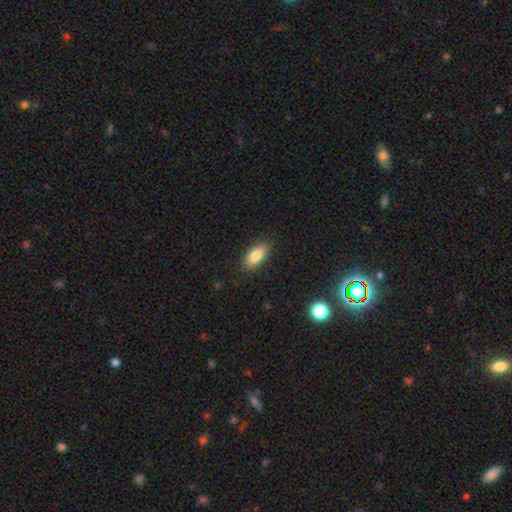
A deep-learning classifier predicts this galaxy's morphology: type=smooth (83%); roundness=in between (84%); merging=none (86%).